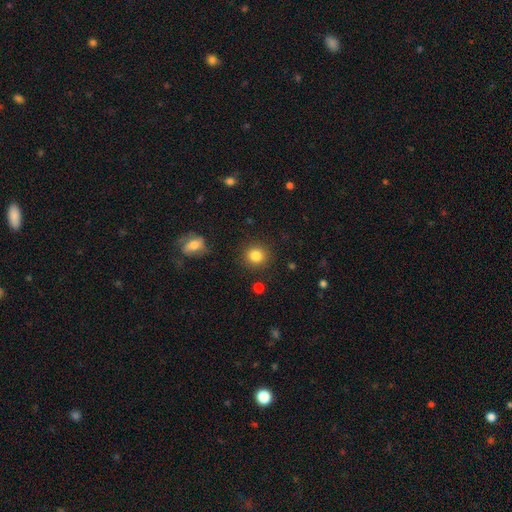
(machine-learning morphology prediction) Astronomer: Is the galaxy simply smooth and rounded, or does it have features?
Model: smooth — 84%.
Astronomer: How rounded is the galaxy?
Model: round — 89%.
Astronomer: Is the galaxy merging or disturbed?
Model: none — 89%.